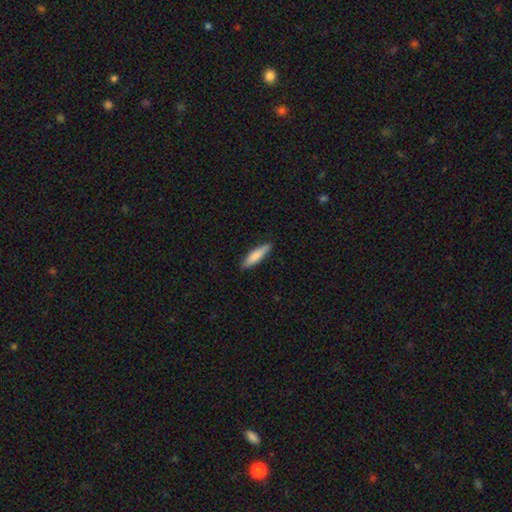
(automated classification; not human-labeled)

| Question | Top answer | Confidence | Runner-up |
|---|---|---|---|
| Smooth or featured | smooth | 81% | featured or disk (13%) |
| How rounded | cigar-shaped | 77% | in between (22%) |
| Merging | none | 86% | minor disturbance (11%) |